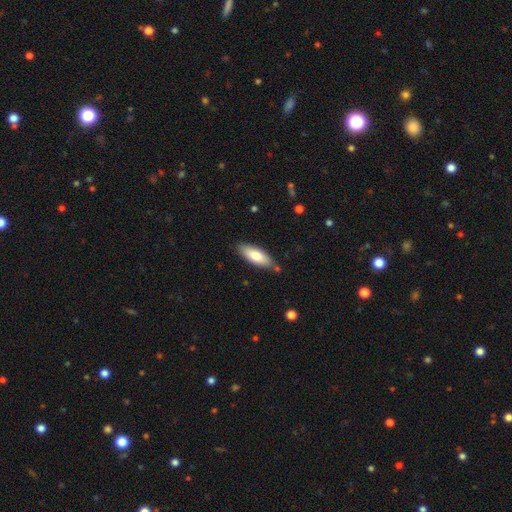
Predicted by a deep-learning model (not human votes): Smooth or featured? Predicted: smooth (p=0.79). How rounded? Predicted: in between (p=0.69). Merging? Predicted: none (p=0.82).